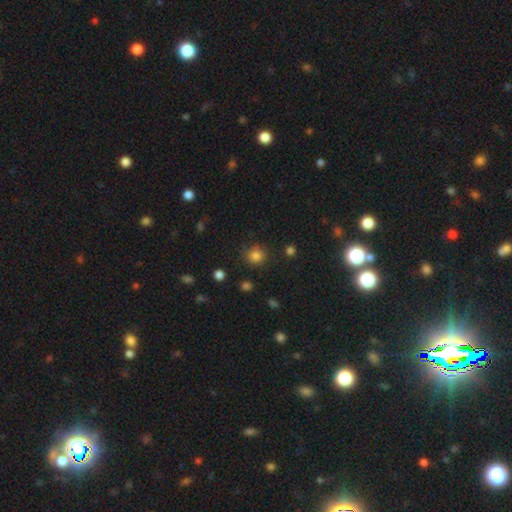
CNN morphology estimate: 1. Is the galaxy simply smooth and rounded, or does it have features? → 82% smooth, 13% star or artifact, 5% featured or disk.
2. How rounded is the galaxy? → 84% round, 15% in between, 1% cigar-shaped.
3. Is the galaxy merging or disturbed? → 80% none, 14% minor disturbance, 4% major disturbance, 2% merger.